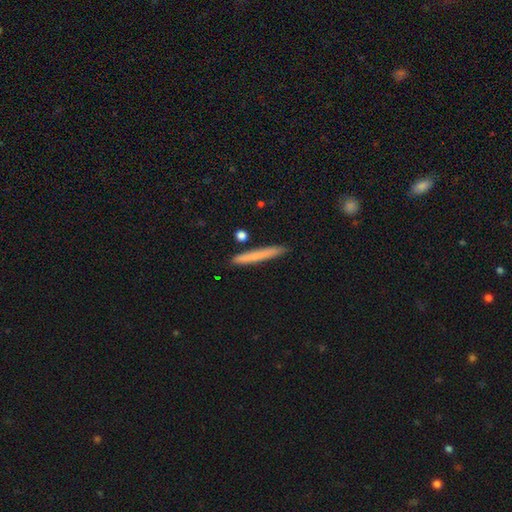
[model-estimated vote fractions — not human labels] A smooth galaxy with no disk features (72%) that is cigar-shaped (96%). Merging: none (88%).